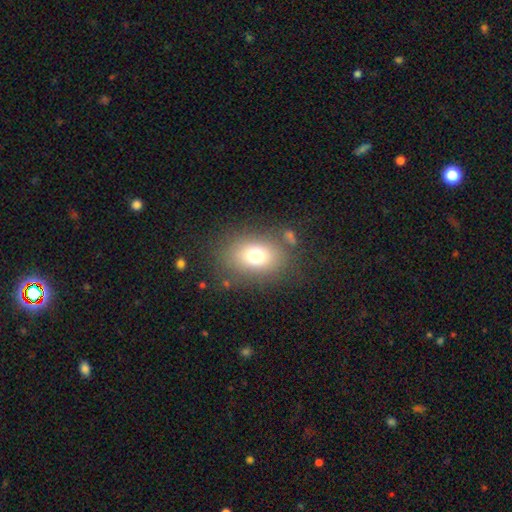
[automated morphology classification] smooth-or-featured: smooth: 73% | star or artifact: 14% | featured or disk: 14%
  how-rounded: in between: 60% | round: 39% | cigar-shaped: 1%
  merging: none: 76% | minor disturbance: 12% | major disturbance: 7% | merger: 4%